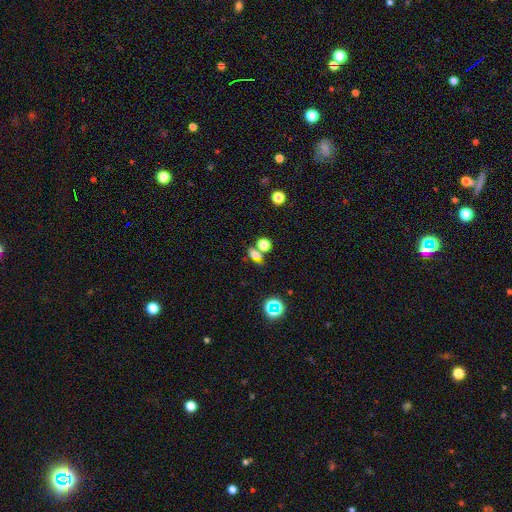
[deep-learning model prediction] Overall: smooth (67%). How rounded: in between (65%; round 28%). Merging: none (58%; merger 26%).